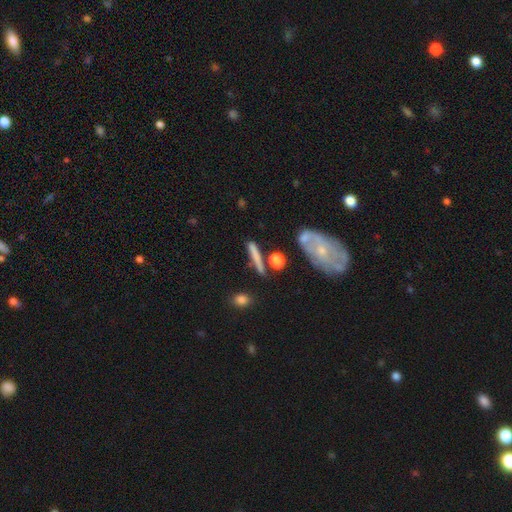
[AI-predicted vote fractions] Smooth or featured? smooth (65%)
How rounded? cigar-shaped (87%)
Merging? none (72%)